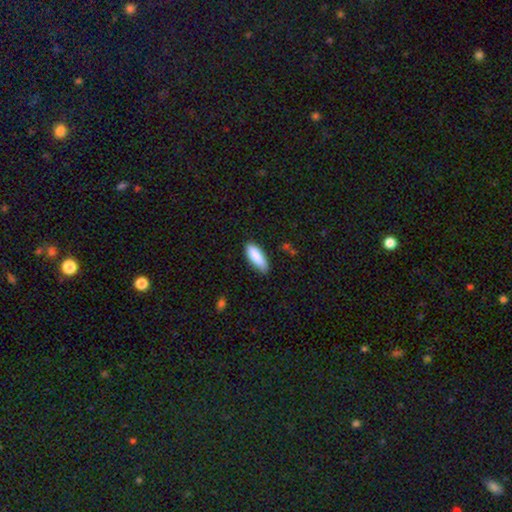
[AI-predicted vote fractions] This is clearly a smooth galaxy (88%). How rounded: likely in between (69%). Merging: likely none (78%).